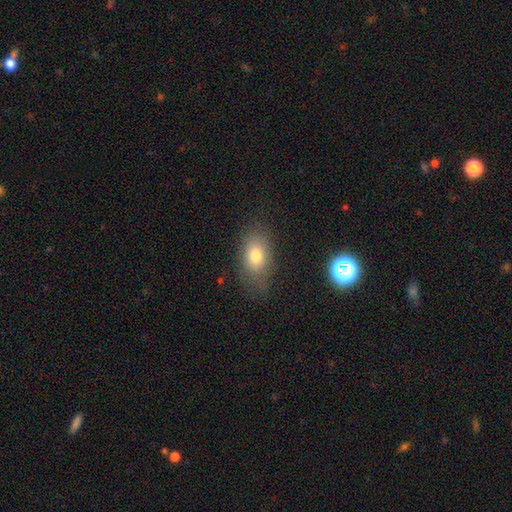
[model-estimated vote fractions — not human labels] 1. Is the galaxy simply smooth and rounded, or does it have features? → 76% smooth, 13% featured or disk, 11% star or artifact.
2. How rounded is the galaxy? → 84% in between, 14% round, 2% cigar-shaped.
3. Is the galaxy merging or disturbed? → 73% none, 18% minor disturbance, 7% major disturbance, 2% merger.